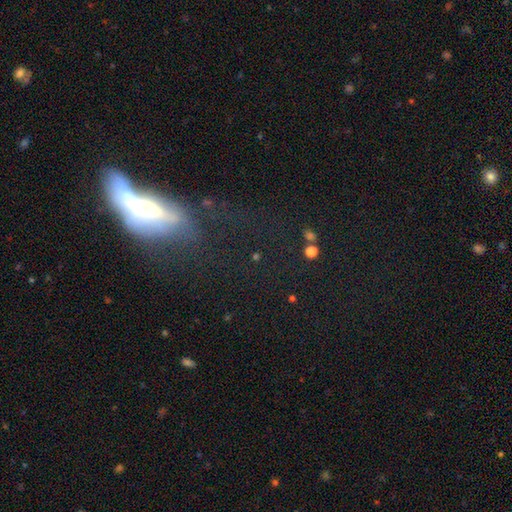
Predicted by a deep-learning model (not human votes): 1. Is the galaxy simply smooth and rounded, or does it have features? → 43% featured or disk, 35% smooth, 22% star or artifact.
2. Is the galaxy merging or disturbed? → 40% major disturbance, 22% none, 22% merger, 16% minor disturbance.